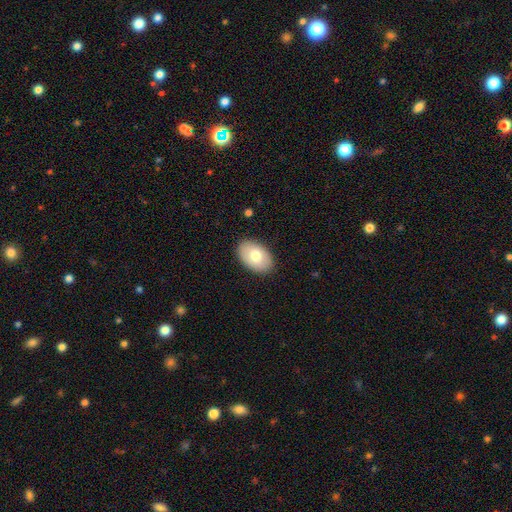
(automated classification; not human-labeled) This appears to be a smooth galaxy with no disk features (74%) that is in between round and cigar-shaped (89%). Merging: none (88%).